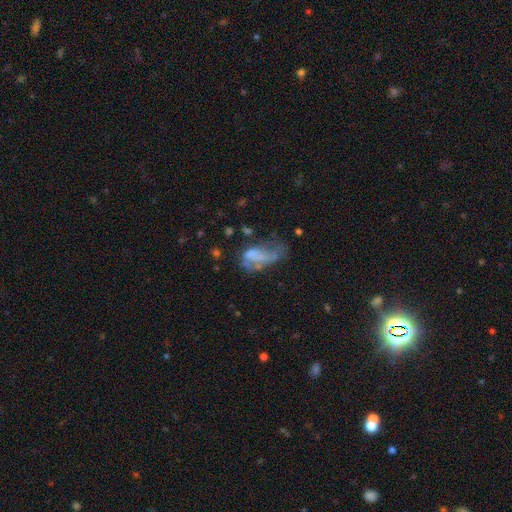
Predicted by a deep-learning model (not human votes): Smooth or featured? Predicted: smooth (p=0.47). Merging? Predicted: major disturbance (p=0.47).